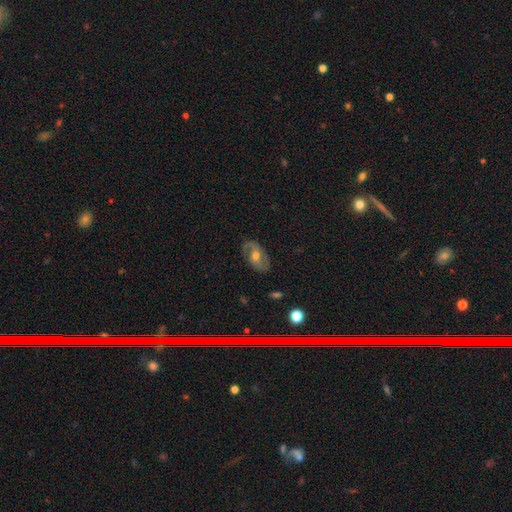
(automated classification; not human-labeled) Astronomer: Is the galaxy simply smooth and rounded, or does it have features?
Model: featured or disk — 73%.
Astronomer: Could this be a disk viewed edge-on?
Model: no — 95%.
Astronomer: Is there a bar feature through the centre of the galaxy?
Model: no — 45% (runner-up: weak, 41%).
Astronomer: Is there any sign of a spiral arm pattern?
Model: yes — 86%.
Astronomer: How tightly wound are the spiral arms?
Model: medium — 48% (runner-up: loose, 26%).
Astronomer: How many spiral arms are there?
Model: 2 — 82%.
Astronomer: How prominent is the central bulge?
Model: moderate — 70%.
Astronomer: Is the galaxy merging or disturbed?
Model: none — 78%.